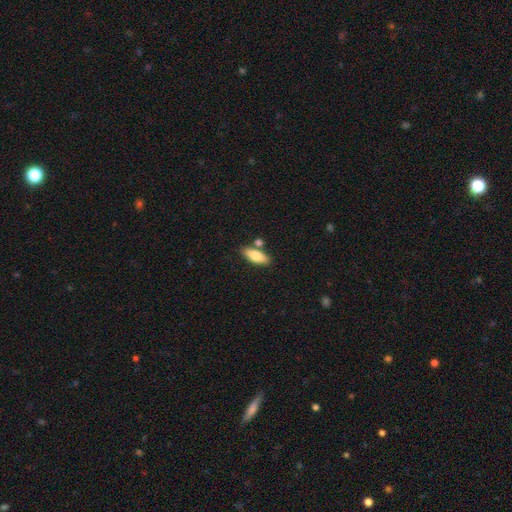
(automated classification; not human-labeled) Morphology: type=smooth (76%); roundness=in between (70%); merging=none (74%).